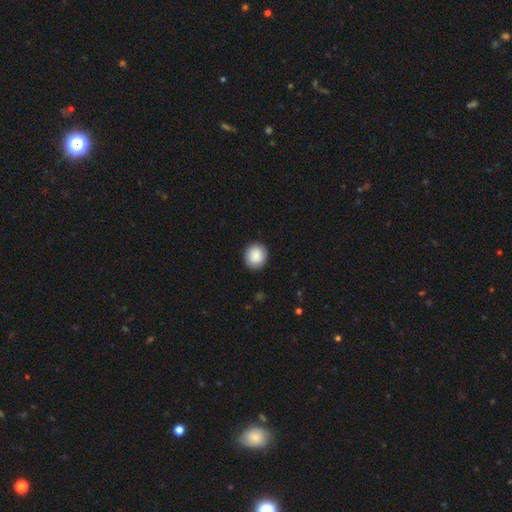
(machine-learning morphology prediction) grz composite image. It shows a smooth galaxy with no disk features (89%) that is round (82%). Merging: none (90%).